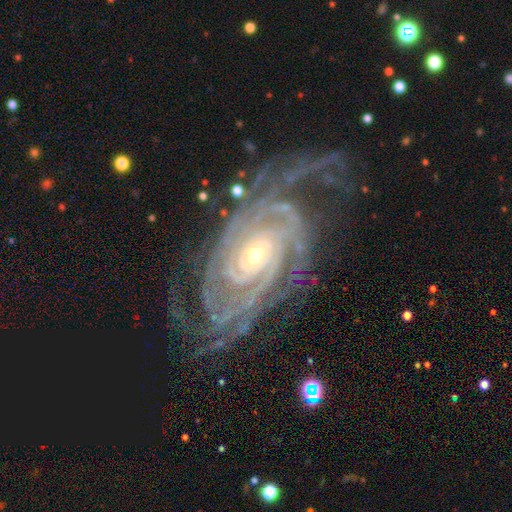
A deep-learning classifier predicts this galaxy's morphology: smooth_or_featured: featured or disk (p=0.92) [alt: star or artifact p=0.05]
disk_edge_on: no (p=0.96) [alt: yes p=0.04]
bar: no (p=0.55) [alt: weak p=0.28]
has_spiral_arms: yes (p=0.98) [alt: no p=0.02]
spiral_winding: tight (p=0.75) [alt: medium p=0.21]
spiral_arm_count: 4 (p=0.23) [alt: more than 4 p=0.21]
bulge_size: small (p=0.72) [alt: moderate p=0.24]
merging: none (p=0.65) [alt: minor disturbance p=0.19]